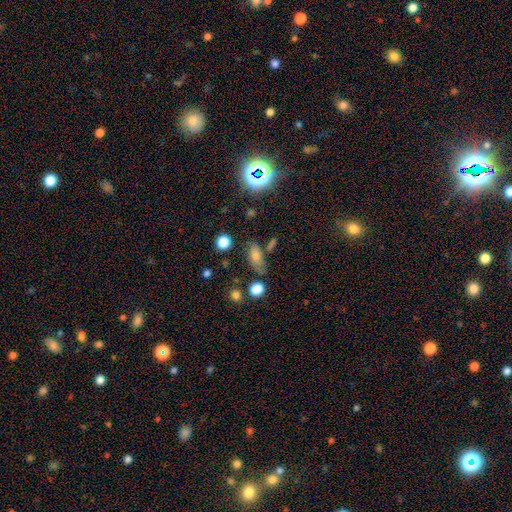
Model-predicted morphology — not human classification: smooth 71%, featured or disk 15%, star or artifact 14%. Down the decision tree: how rounded — in between (81%); merging — none (65%).